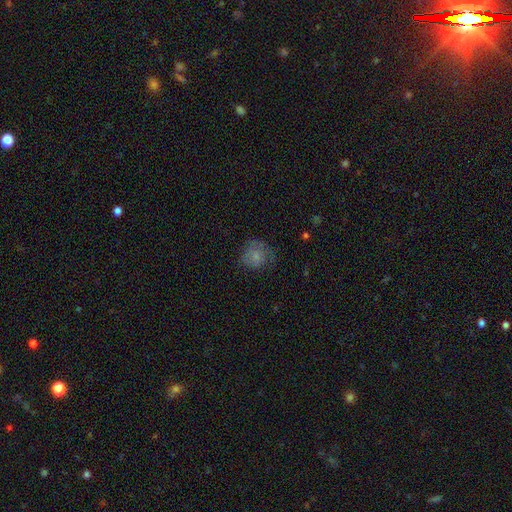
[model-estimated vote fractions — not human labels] A smooth galaxy with no disk features (67%) that is round (74%). Merging: none (53%).